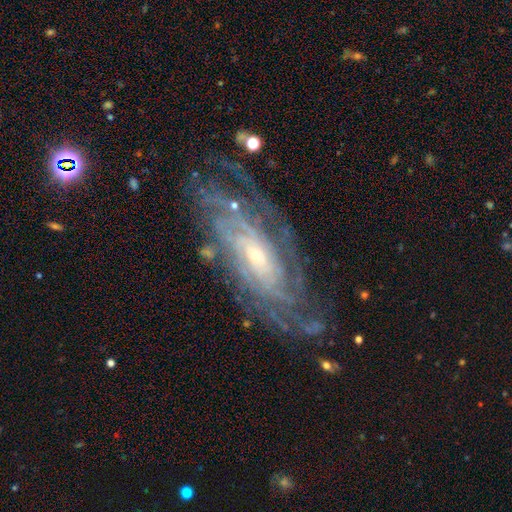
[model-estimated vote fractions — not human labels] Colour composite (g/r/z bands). It shows a featured or disk galaxy (88%) with no bar (61%), tight (71%) spiral arms (96%) and a small central bulge (56%). Merging: none (73%).